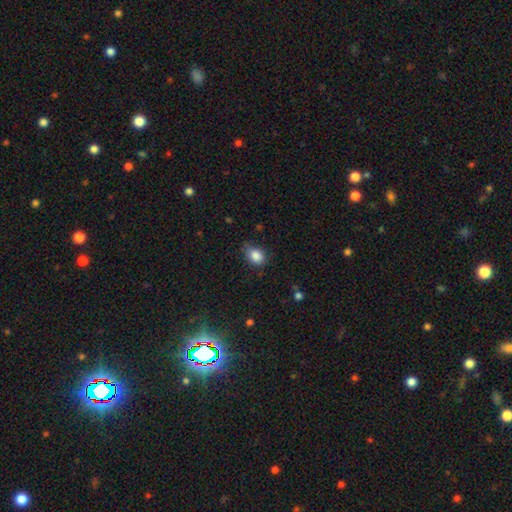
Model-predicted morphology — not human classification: Overall: smooth (85%). How rounded: in between (68%; round 31%). Merging: none (62%; minor disturbance 30%).